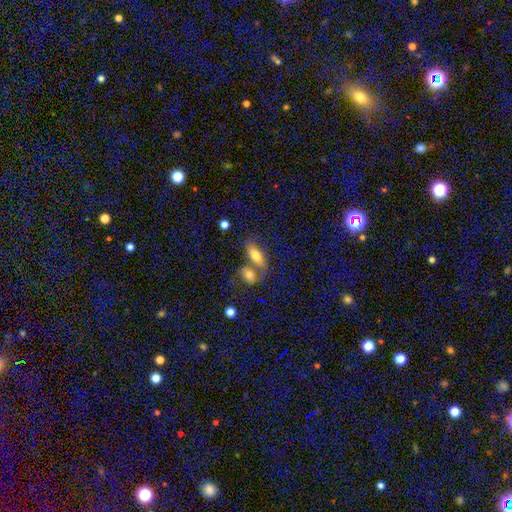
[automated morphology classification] This appears to be a smooth galaxy with no disk features (63%) that is in between round and cigar-shaped (72%). Merging: merger (46%).